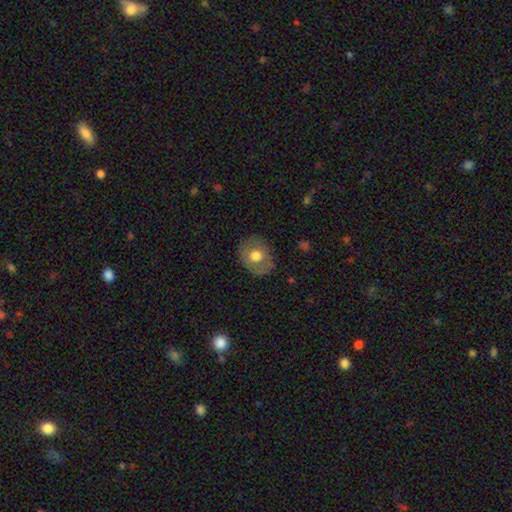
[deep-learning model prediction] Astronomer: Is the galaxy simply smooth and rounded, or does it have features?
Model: smooth — 66%.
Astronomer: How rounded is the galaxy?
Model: round — 62% (runner-up: in between, 37%).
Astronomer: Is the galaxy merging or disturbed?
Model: none — 81%.